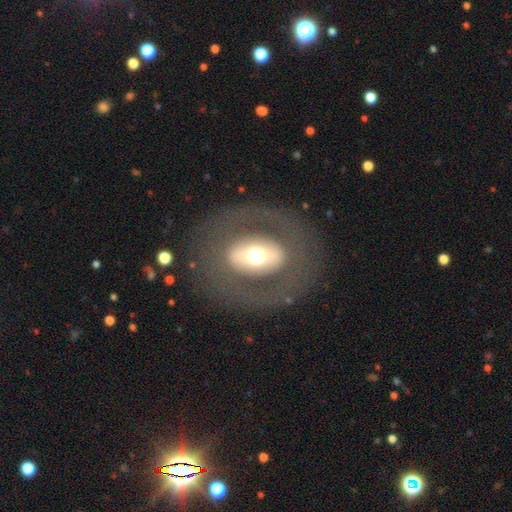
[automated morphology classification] featured or disk 54%, smooth 38%, star or artifact 8%. Down the decision tree: edge-on disk — no (89%); merging — none (77%).